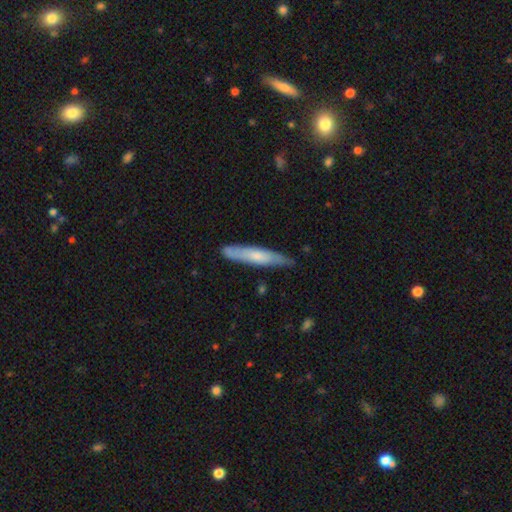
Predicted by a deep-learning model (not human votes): Smooth or featured? smooth (57%)
How rounded? cigar-shaped (90%)
Merging? none (78%)